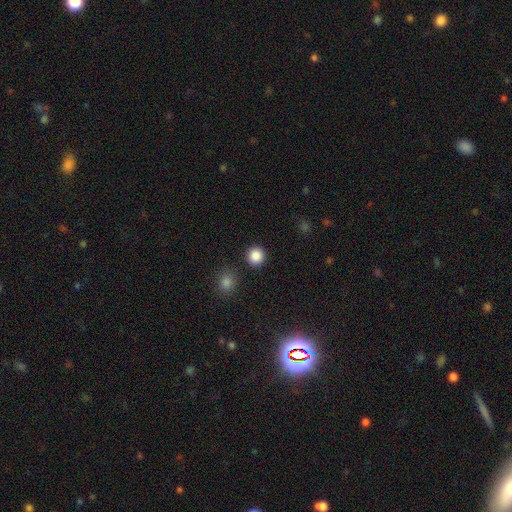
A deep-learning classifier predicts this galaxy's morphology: A smooth galaxy with no disk features (87%) that is round (93%).

Vote fractions:
- Smooth or featured? smooth: 87% / star or artifact: 10% / featured or disk: 3%
- How rounded? round: 93% / in between: 6% / cigar-shaped: 1%
- Merging? none: 90% / minor disturbance: 5% / merger: 3% / major disturbance: 2%